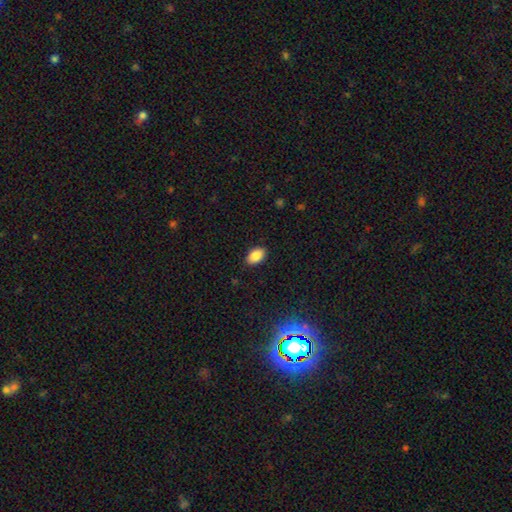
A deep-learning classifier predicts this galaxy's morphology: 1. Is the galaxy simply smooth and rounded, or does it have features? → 87% smooth, 8% star or artifact, 5% featured or disk.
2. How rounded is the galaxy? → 91% in between, 8% round, 1% cigar-shaped.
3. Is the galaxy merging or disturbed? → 89% none, 8% minor disturbance, 2% major disturbance, 1% merger.